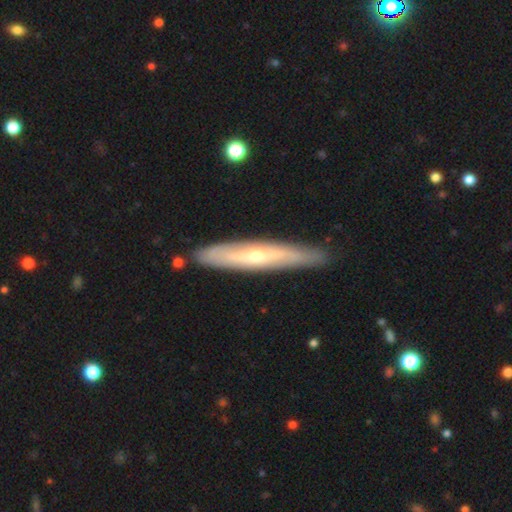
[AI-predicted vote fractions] featured or disk 62%, smooth 33%, star or artifact 5%. Down the decision tree: edge-on disk — yes (77%); merging — none (85%).